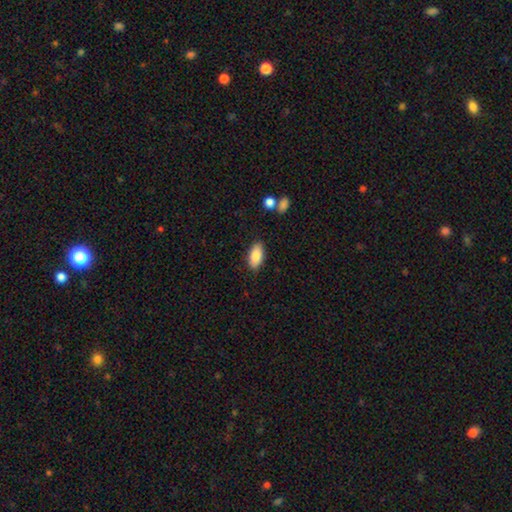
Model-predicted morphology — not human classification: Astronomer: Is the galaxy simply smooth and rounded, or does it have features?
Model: smooth — 85%.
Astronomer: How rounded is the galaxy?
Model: in between — 90%.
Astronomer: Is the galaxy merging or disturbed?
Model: none — 85%.